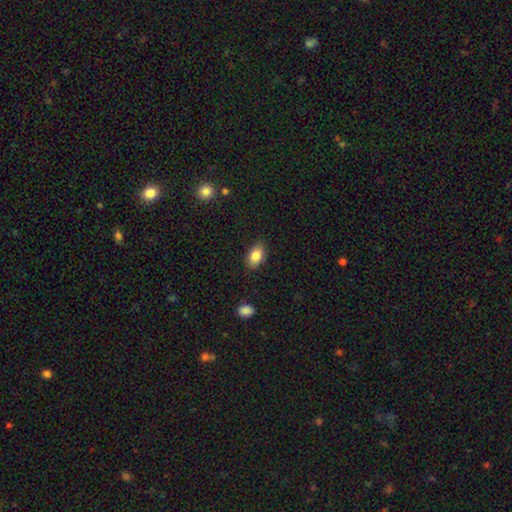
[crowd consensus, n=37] A smooth galaxy with no disk features (78%) that is in between round and cigar-shaped (90%).

Vote fractions:
- Smooth or featured? smooth: 78% / featured or disk: 16% / star or artifact: 5%
- How rounded? in between: 90% / round: 10% / cigar-shaped: 0%
- Merging? none: 83% / minor disturbance: 11% / major disturbance: 6% / merger: 0%